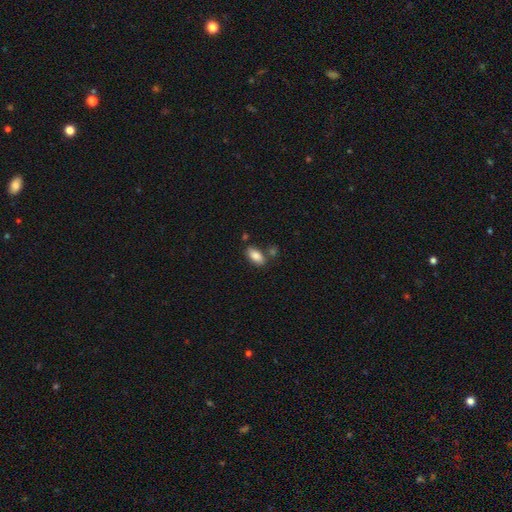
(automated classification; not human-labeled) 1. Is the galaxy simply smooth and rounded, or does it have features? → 84% smooth, 9% featured or disk, 7% star or artifact.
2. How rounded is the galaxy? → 91% in between, 6% cigar-shaped, 3% round.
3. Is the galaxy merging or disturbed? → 74% none, 13% minor disturbance, 10% merger, 3% major disturbance.